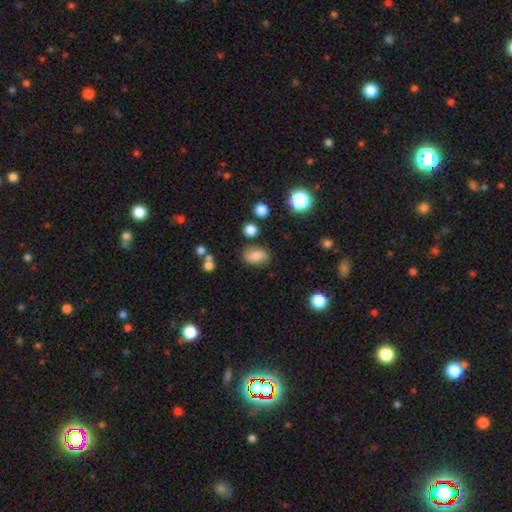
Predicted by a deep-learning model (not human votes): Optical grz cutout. It shows a smooth galaxy with no disk features (76%) that is in between round and cigar-shaped (84%). Merging: none (75%).